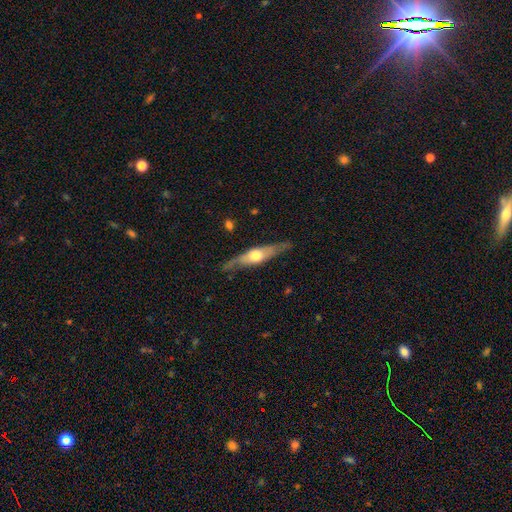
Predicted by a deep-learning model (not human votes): featured or disk 65%, smooth 30%, star or artifact 5%. Down the decision tree: edge-on disk — yes (87%); edge-on bulge — rounded (91%); merging — none (78%).